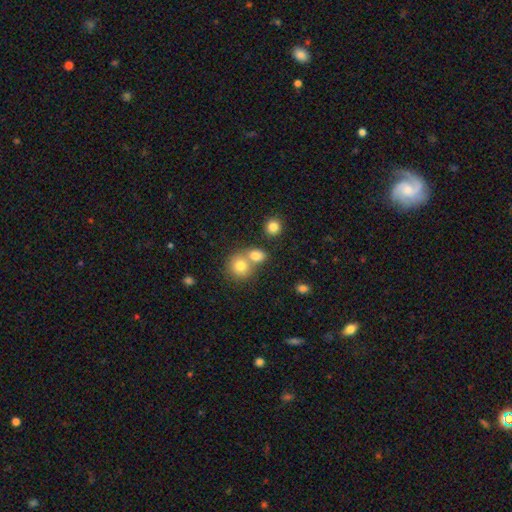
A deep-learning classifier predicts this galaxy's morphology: A smooth galaxy with no disk features (79%) that is round (65%).

Vote fractions:
- Smooth or featured? smooth: 79% / star or artifact: 12% / featured or disk: 9%
- How rounded? round: 65% / in between: 34% / cigar-shaped: 1%
- Merging? none: 45% / merger: 43% / minor disturbance: 8% / major disturbance: 3%